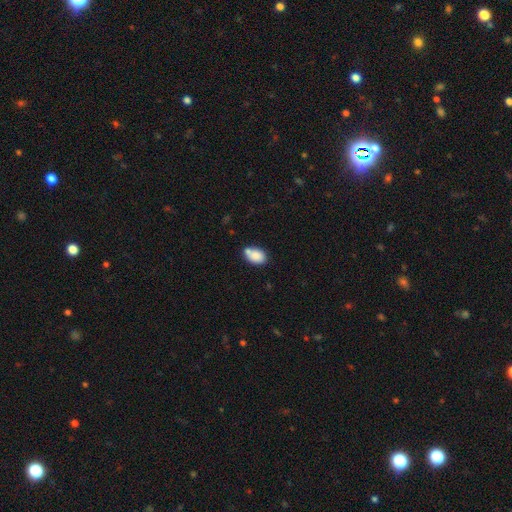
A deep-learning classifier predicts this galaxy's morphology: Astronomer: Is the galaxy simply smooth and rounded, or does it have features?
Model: smooth — 84%.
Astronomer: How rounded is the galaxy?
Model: in between — 84%.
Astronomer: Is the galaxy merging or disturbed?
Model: none — 54%.